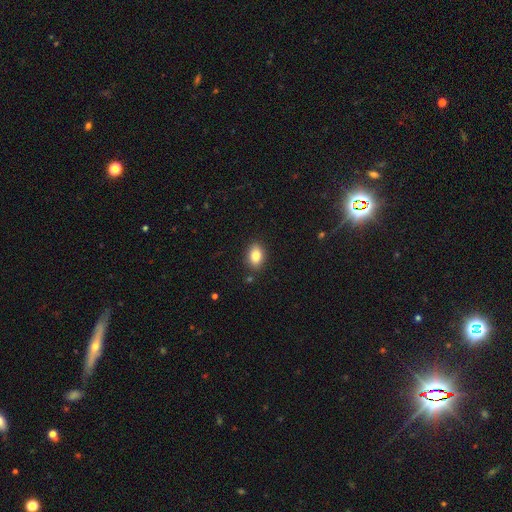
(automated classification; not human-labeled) smooth_or_featured: smooth (p=0.85) [alt: star or artifact p=0.09]
how_rounded: in between (p=0.81) [alt: round p=0.17]
merging: none (p=0.87) [alt: minor disturbance p=0.09]